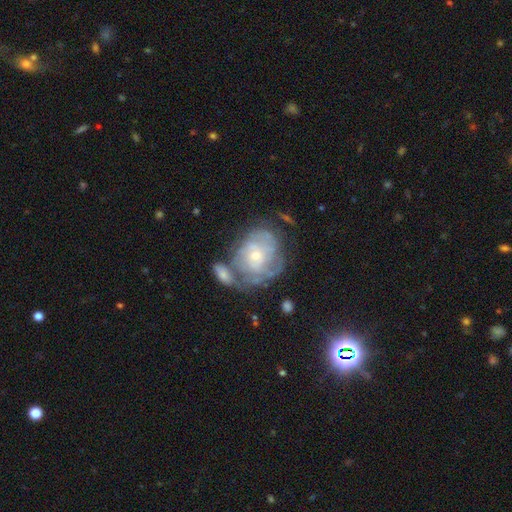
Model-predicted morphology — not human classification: smooth-or-featured: featured or disk: 73% | smooth: 19% | star or artifact: 8%
  disk-edge-on: no: 97% | yes: 3%
    bar: no: 78% | weak: 19% | strong: 4%
    has-spiral-arms: yes: 77% | no: 23%
      spiral-winding: tight: 65% | medium: 25% | loose: 9%
      spiral-arm-count: can't tell: 58% | 2: 13% | 3: 11% | 4: 8% | more than 4: 5% | 1: 4%
    bulge-size: small: 66% | moderate: 29% | large: 2% | none: 2% | dominant: 1%
  merging: none: 45% | merger: 22% | minor disturbance: 20% | major disturbance: 14%